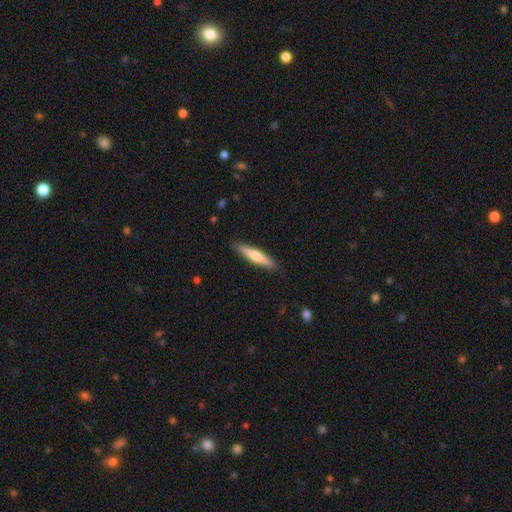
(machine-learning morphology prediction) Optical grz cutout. It shows a smooth galaxy with no disk features (59%) that is cigar-shaped (88%). Merging: none (89%).